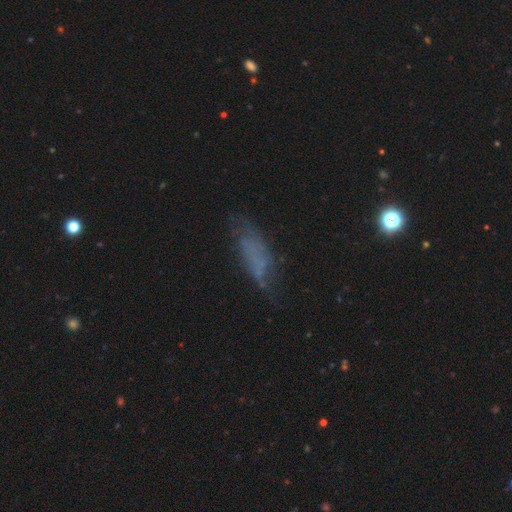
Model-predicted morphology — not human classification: A smooth galaxy with no disk features (47%). Merging: none (50%).